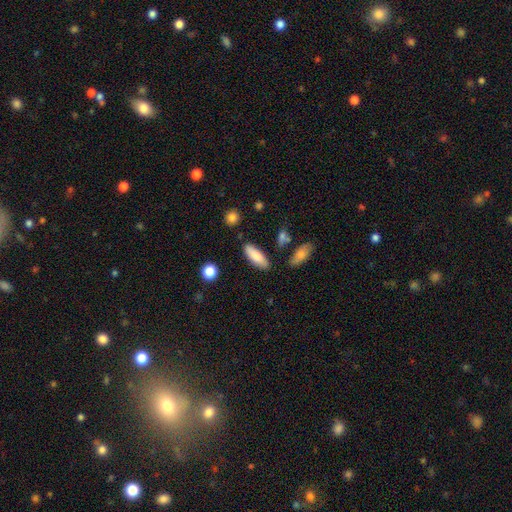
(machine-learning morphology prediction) Smooth or featured? Predicted: smooth (p=0.83). How rounded? Predicted: in between (p=0.65). Merging? Predicted: none (p=0.81).